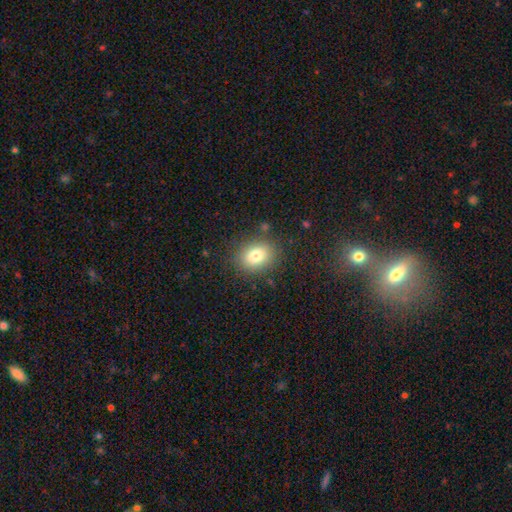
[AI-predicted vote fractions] The model was most divided on "how rounded": round: 51%, in between: 48%, cigar-shaped: 1%. More confident: merging — none (84%); smooth or featured — smooth (79%).